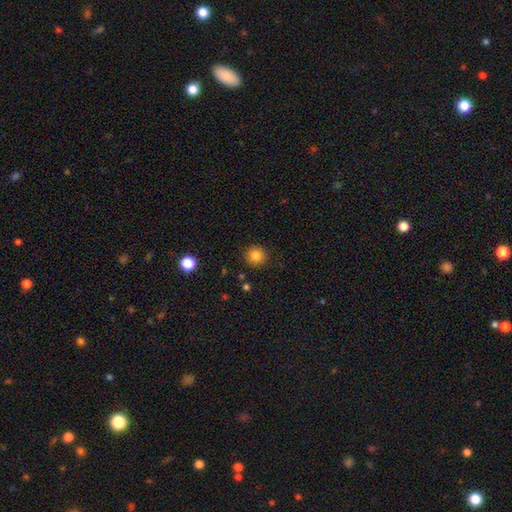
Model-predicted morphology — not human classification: Overall: smooth (84%). How rounded: round (93%). Merging: none (91%).